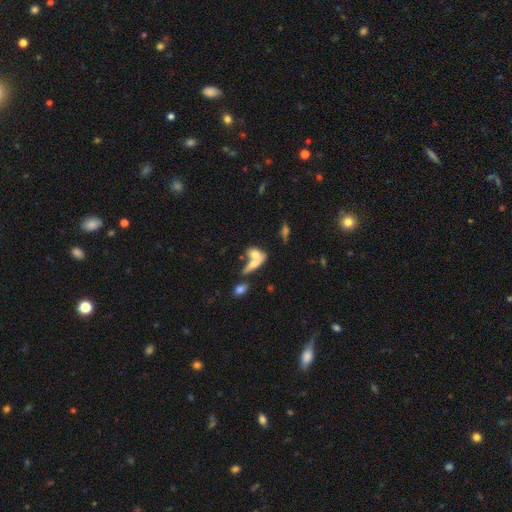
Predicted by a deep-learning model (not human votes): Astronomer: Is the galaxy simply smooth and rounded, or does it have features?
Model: smooth — 62%.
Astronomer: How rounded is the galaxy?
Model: in between — 68%.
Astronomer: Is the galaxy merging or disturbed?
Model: merger — 56%.